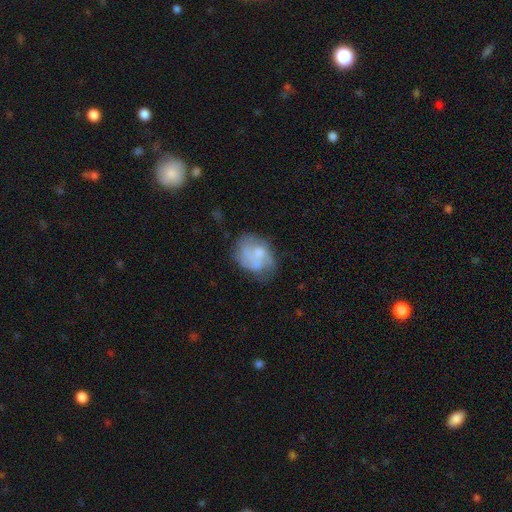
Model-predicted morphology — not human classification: The model was most divided on "bulge size": moderate: 36%, small: 33%, none: 25%, large: 5%, dominant: 2%. Remaining: edge-on disk — no (98%); bar — no (75%); spiral arms — yes (61%); smooth or featured — featured or disk (52%); merging — none (46%).